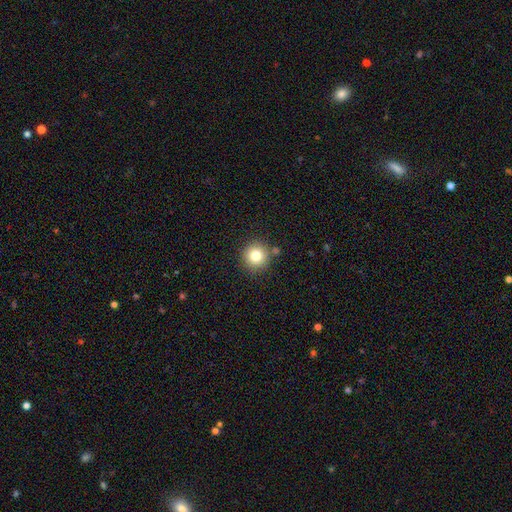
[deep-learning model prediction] smooth 79%, star or artifact 12%, featured or disk 9%. Down the decision tree: how rounded — round (95%); merging — none (83%).